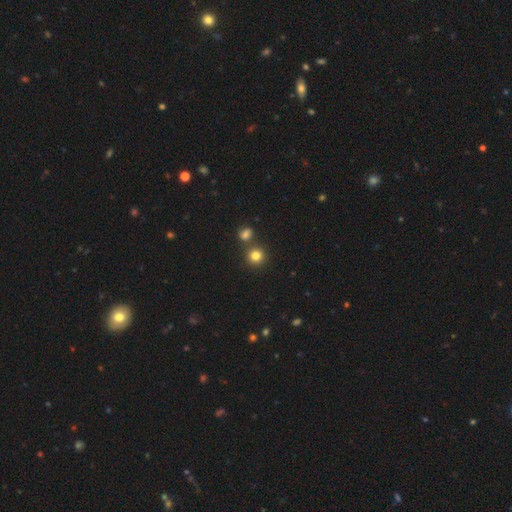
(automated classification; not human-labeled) Q: Smooth or featured?
A: smooth (81%); runner-up: star or artifact (13%)
Q: How rounded?
A: round (91%); runner-up: in between (8%)
Q: Merging?
A: none (76%); runner-up: merger (14%)